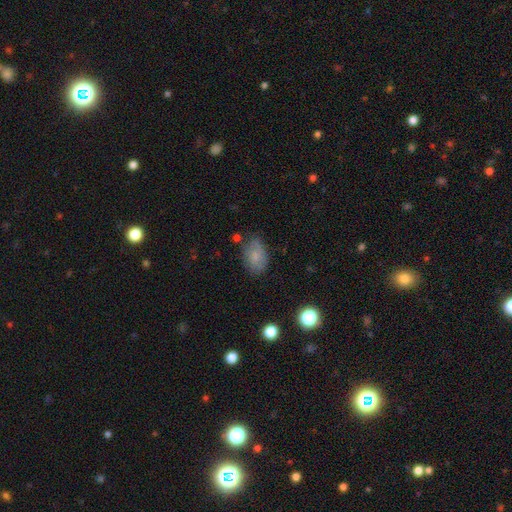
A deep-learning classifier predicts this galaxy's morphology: Smooth or featured? Predicted: smooth (p=0.74). How rounded? Predicted: in between (p=0.86). Merging? Predicted: none (p=0.67).